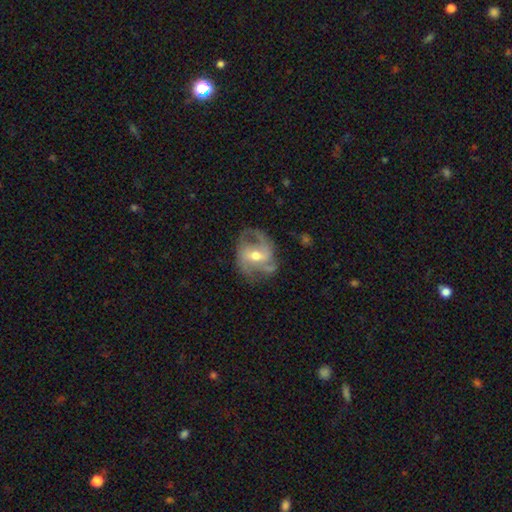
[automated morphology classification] Smooth or featured? featured or disk (81%)
Edge-on disk? no (97%)
Bar? weak (43%)
Spiral arms? yes (91%)
Spiral winding? medium (48%)
Spiral arm count? 2 (41%)
Bulge size? moderate (66%)
Merging? none (62%)